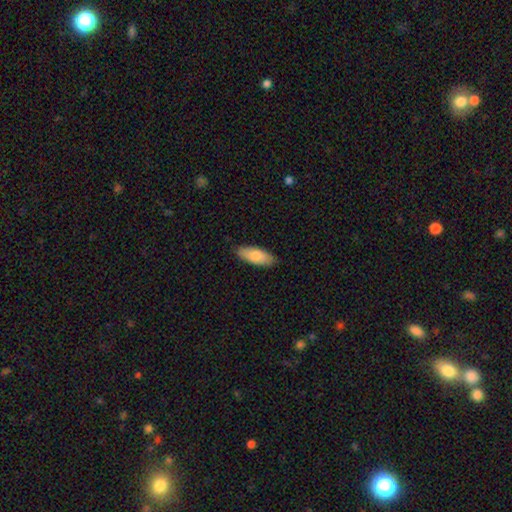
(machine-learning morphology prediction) This appears to be a smooth galaxy with no disk features (84%) that is in between round and cigar-shaped (76%). Merging: none (86%).